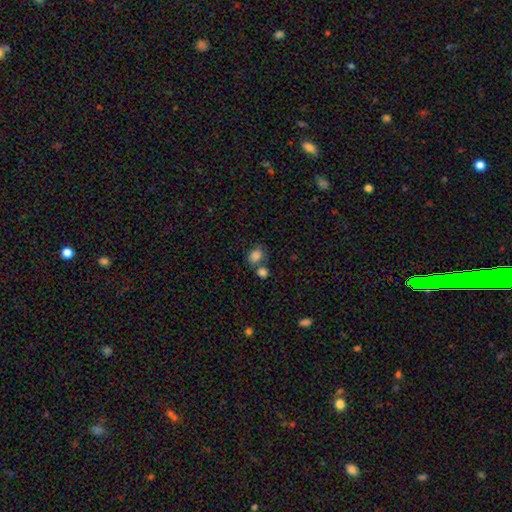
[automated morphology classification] smooth-or-featured: smooth: 82% | star or artifact: 10% | featured or disk: 7%
  how-rounded: in between: 51% | round: 48% | cigar-shaped: 1%
  merging: none: 45% | merger: 35% | minor disturbance: 14% | major disturbance: 6%